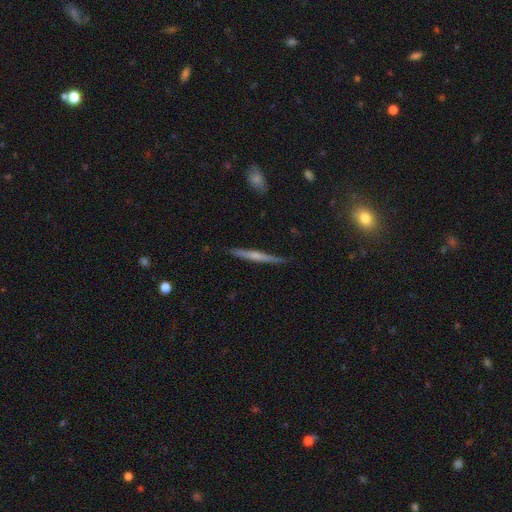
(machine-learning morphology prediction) smooth_or_featured: featured or disk (p=0.59) [alt: smooth p=0.34]
disk_edge_on: yes (p=0.97) [alt: no p=0.03]
edge_on_bulge: rounded (p=0.54) [alt: none p=0.37]
merging: none (p=0.87) [alt: minor disturbance p=0.10]